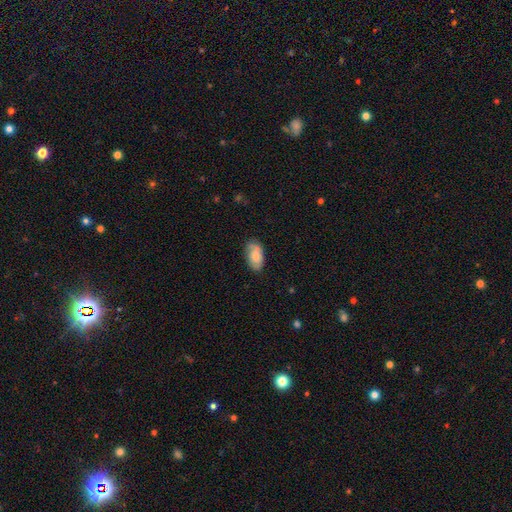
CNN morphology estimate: This appears to be a smooth galaxy with no disk features (68%) that is in between round and cigar-shaped (93%). Merging: none (70%).